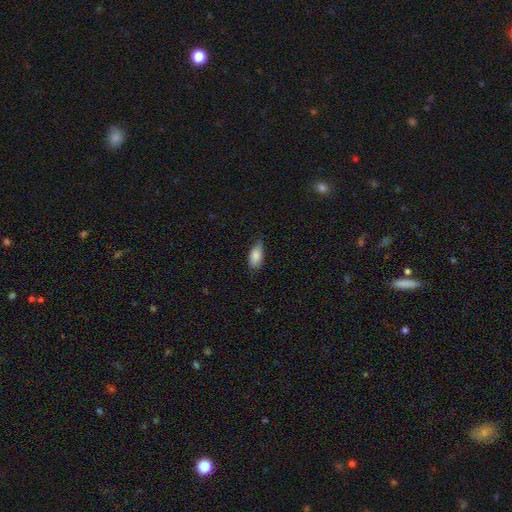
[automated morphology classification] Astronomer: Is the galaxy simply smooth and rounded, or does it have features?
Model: smooth — 82%.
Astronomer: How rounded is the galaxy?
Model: in between — 91%.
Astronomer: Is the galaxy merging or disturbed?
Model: none — 64%.